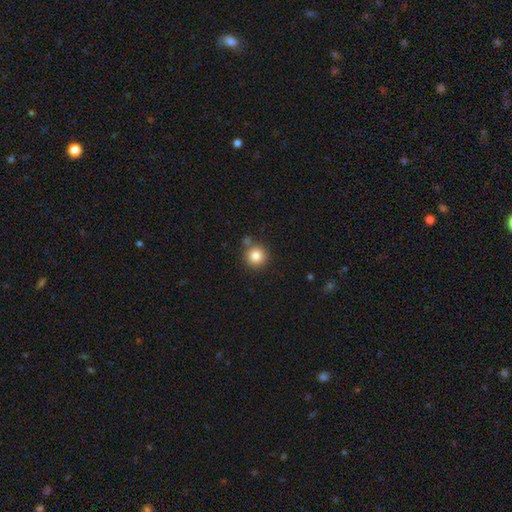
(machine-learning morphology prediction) Q: Smooth or featured?
A: smooth (84%); runner-up: star or artifact (10%)
Q: How rounded?
A: round (94%); runner-up: in between (5%)
Q: Merging?
A: none (76%); runner-up: minor disturbance (10%)